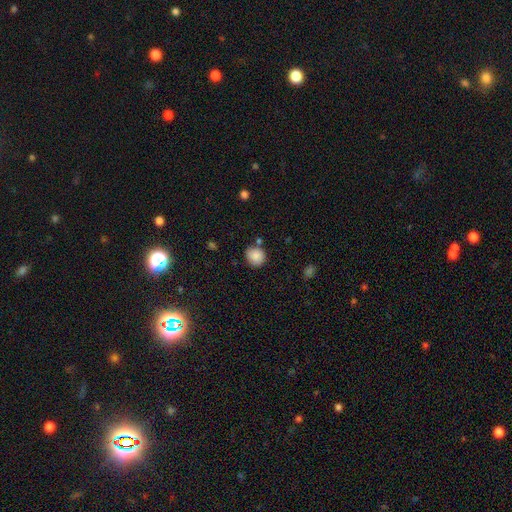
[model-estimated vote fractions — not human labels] The model was most divided on "merging": none: 77%, minor disturbance: 13%, merger: 7%, major disturbance: 3%. More confident: smooth or featured — smooth (86%); how rounded — round (83%).